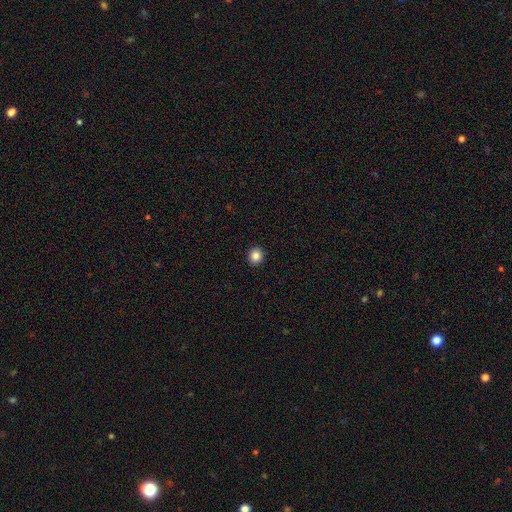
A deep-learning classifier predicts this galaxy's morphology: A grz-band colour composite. It shows a smooth galaxy with no disk features (85%) that is round (83%). Merging: none (93%).